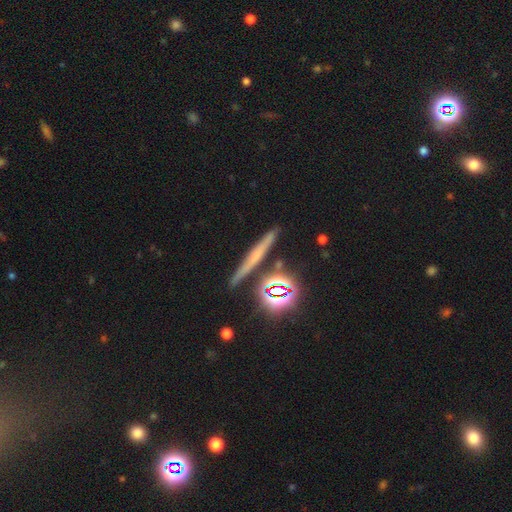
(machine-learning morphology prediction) Smooth or featured? Predicted: smooth (p=0.39). Merging? Predicted: none (p=0.85).